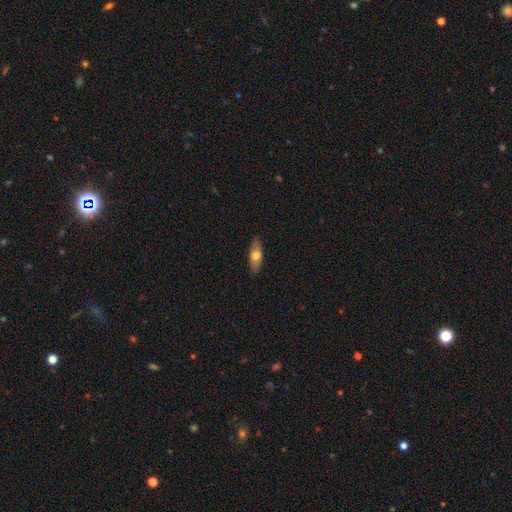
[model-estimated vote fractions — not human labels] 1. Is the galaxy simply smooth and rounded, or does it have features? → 65% smooth, 29% featured or disk, 6% star or artifact.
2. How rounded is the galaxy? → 68% in between, 29% cigar-shaped, 3% round.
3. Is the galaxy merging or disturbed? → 87% none, 10% minor disturbance, 2% major disturbance, 1% merger.